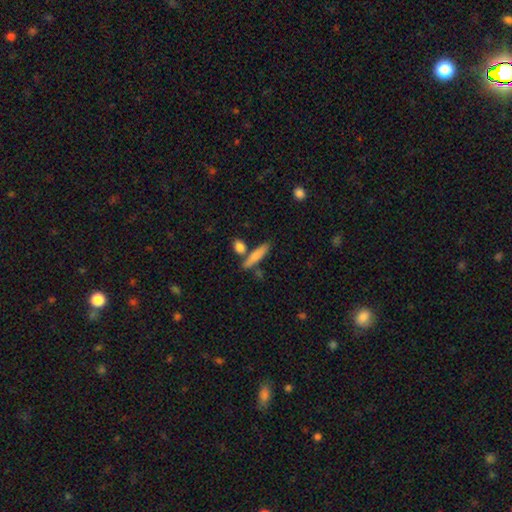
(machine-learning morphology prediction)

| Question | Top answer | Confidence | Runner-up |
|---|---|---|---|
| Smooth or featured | smooth | 75% | featured or disk (19%) |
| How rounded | cigar-shaped | 76% | in between (20%) |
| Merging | none | 68% | merger (17%) |